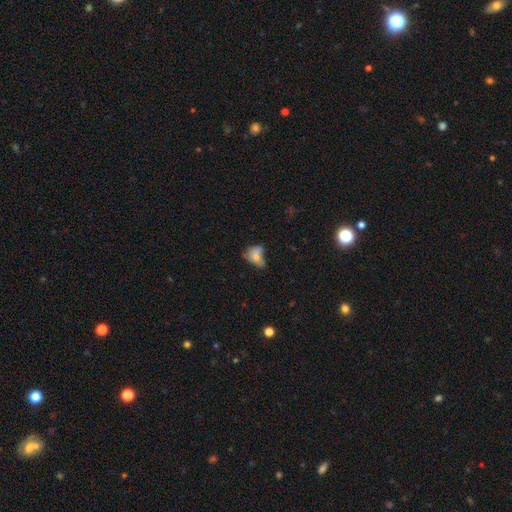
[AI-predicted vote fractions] smooth-or-featured: smooth: 65% | featured or disk: 23% | star or artifact: 12%
  how-rounded: in between: 73% | round: 25% | cigar-shaped: 2%
  merging: minor disturbance: 33% | none: 30% | major disturbance: 28% | merger: 9%